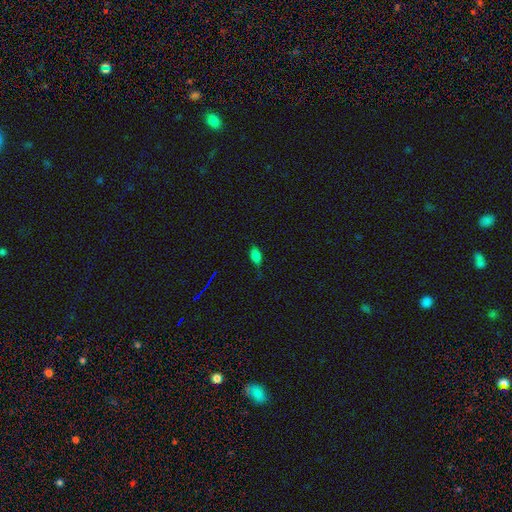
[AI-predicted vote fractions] This appears to be a smooth galaxy with no disk features (75%) that is in between round and cigar-shaped (87%). Merging: none (67%).